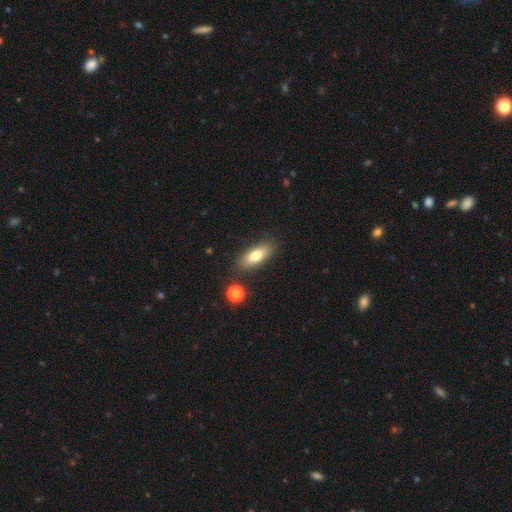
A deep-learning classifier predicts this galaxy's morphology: Overall: smooth (74%). How rounded: in between (74%). Merging: none (82%).